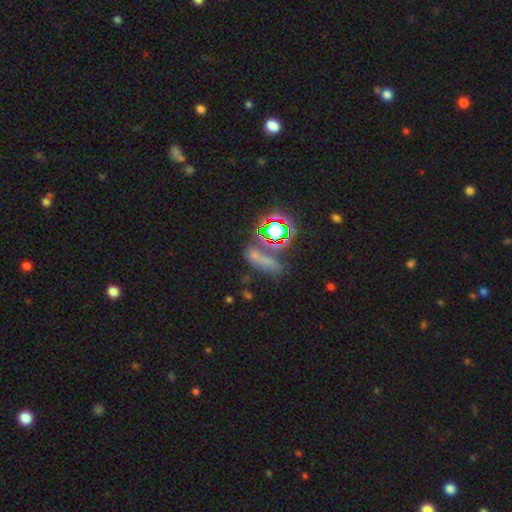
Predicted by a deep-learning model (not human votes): smooth-or-featured: star or artifact: 46% | smooth: 39% | featured or disk: 14%